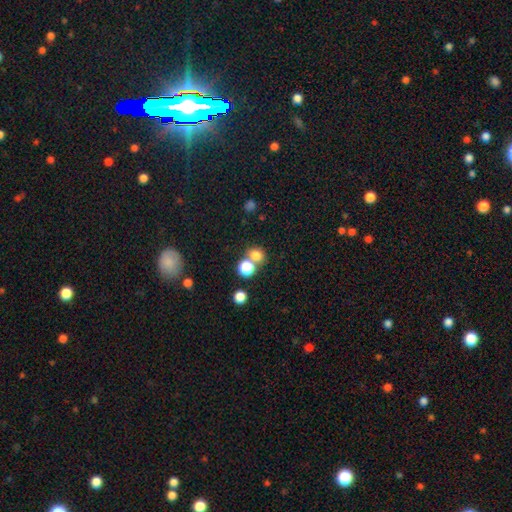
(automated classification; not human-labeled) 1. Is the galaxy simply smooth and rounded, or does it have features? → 76% smooth, 16% star or artifact, 8% featured or disk.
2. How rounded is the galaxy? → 72% round, 27% in between, 1% cigar-shaped.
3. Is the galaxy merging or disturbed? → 53% none, 35% merger, 8% minor disturbance, 4% major disturbance.